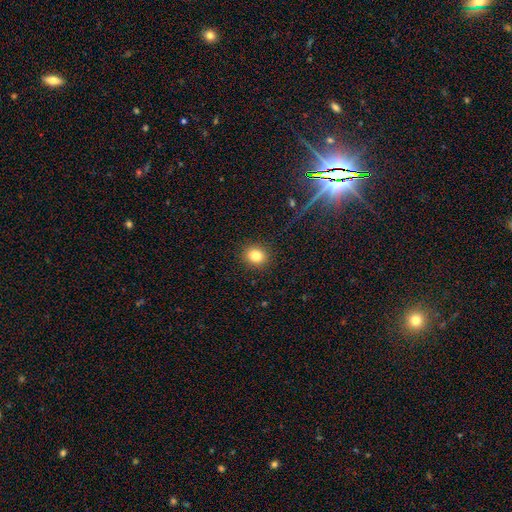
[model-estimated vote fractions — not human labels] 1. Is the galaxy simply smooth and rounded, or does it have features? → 82% smooth, 11% star or artifact, 7% featured or disk.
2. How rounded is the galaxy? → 71% round, 28% in between, 1% cigar-shaped.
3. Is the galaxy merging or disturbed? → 90% none, 6% minor disturbance, 2% major disturbance, 1% merger.